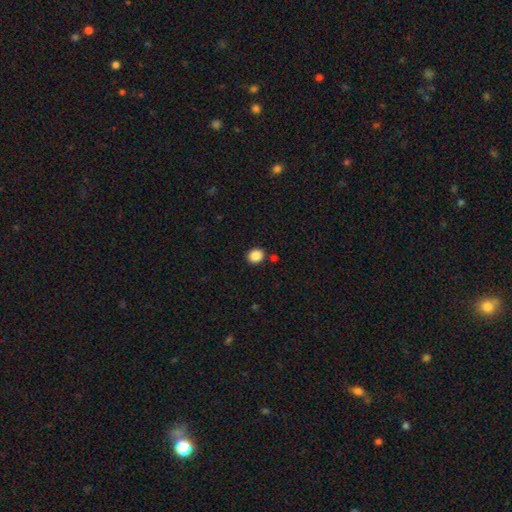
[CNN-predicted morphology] Smooth or featured: smooth — 87% (star or artifact — 10%)
How rounded: round — 71% (in between — 28%)
Merging: none — 87% (minor disturbance — 7%)